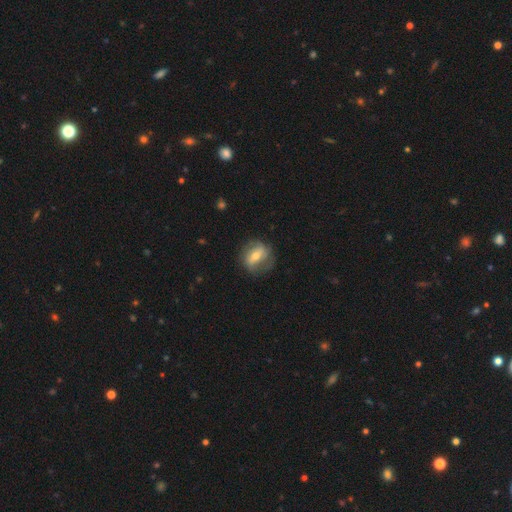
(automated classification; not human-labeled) The model was most divided on "bar": strong: 40%, weak: 37%, no: 23%. More confident: edge-on disk — no (92%); spiral arms — yes (70%); merging — none (69%); smooth or featured — featured or disk (61%); bulge size — moderate (59%).